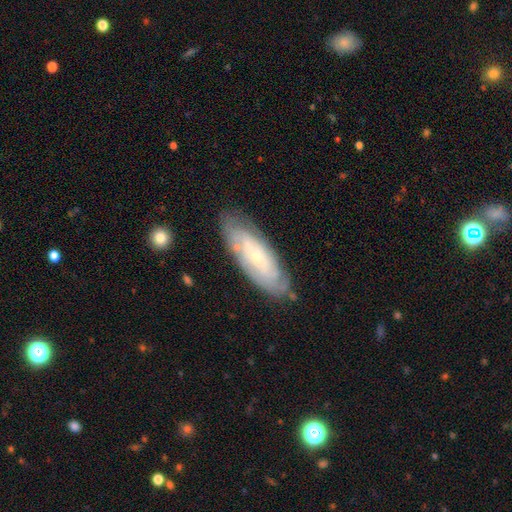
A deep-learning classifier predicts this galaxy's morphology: Overall: featured or disk (64%; smooth 29%). Edge-on disk: no (83%). Bar: no (71%). Spiral arms: yes (81%). Bulge size: small (76%). Merging: none (77%).